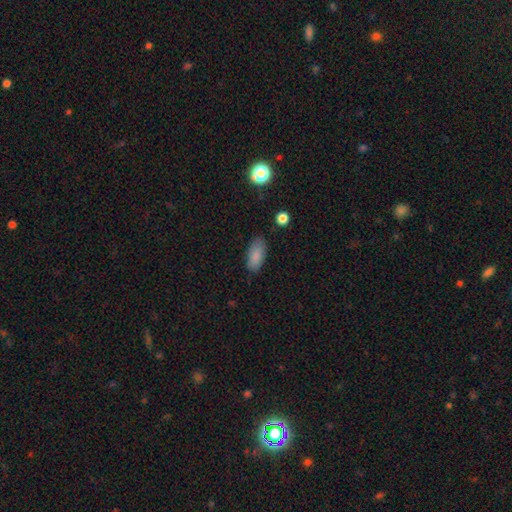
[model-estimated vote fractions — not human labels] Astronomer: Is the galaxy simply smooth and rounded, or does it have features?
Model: smooth — 86%.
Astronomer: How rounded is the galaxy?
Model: in between — 88%.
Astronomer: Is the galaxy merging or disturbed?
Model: none — 79%.